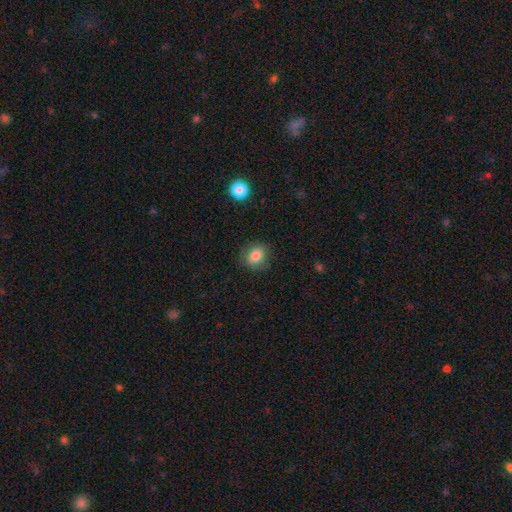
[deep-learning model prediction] The model was most divided on "how rounded": round: 53%, in between: 46%, cigar-shaped: 1%. More confident: smooth or featured — smooth (82%); merging — none (78%).